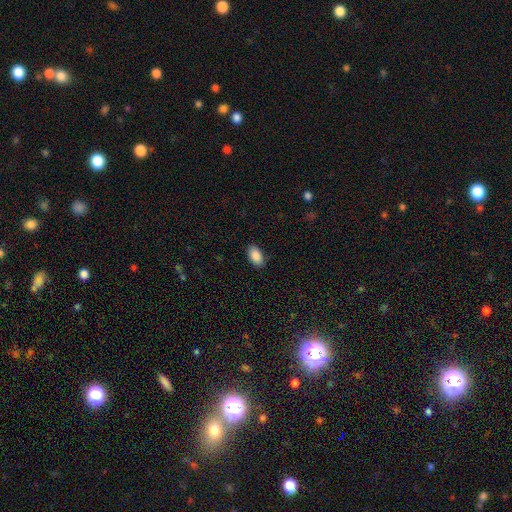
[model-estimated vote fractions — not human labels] This appears to be a smooth galaxy with no disk features (89%) that is in between round and cigar-shaped (93%). Merging: none (87%).